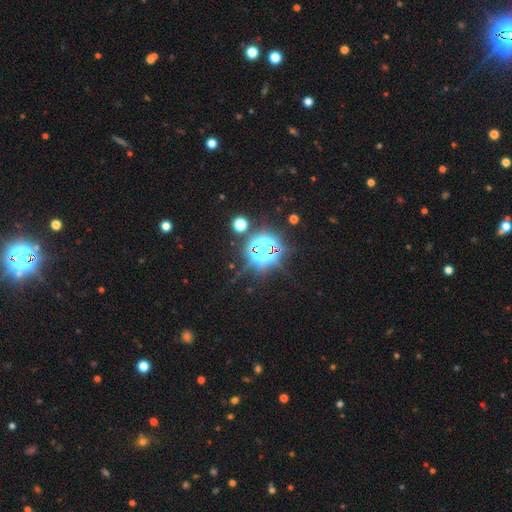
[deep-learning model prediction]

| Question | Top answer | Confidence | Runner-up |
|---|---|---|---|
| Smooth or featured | star or artifact | 77% | smooth (13%) |